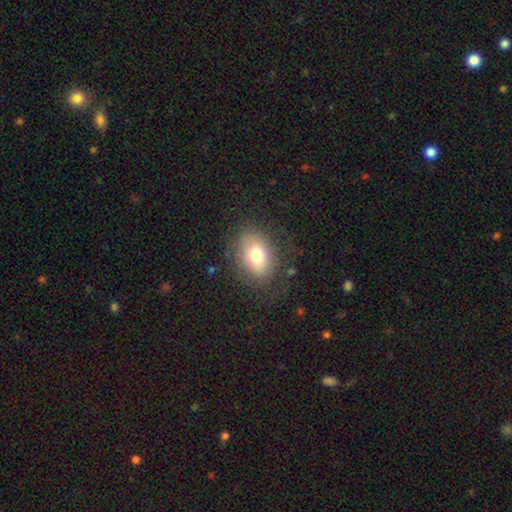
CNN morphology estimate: smooth-or-featured: smooth: 73% | featured or disk: 17% | star or artifact: 10%
  how-rounded: in between: 73% | round: 26% | cigar-shaped: 2%
  merging: none: 76% | minor disturbance: 15% | major disturbance: 8% | merger: 1%